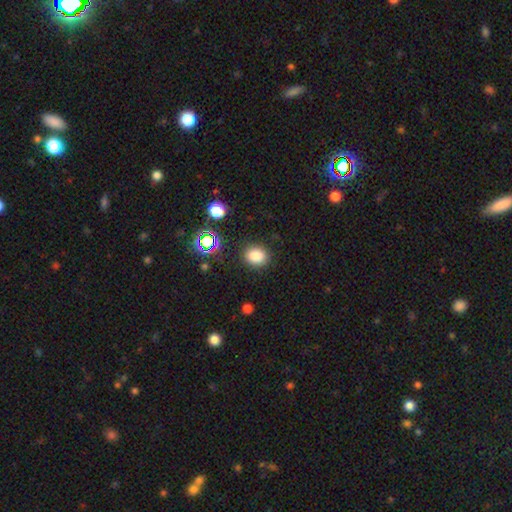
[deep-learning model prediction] smooth 82%, star or artifact 14%, featured or disk 5%. Down the decision tree: how rounded — round (57%); merging — none (86%).